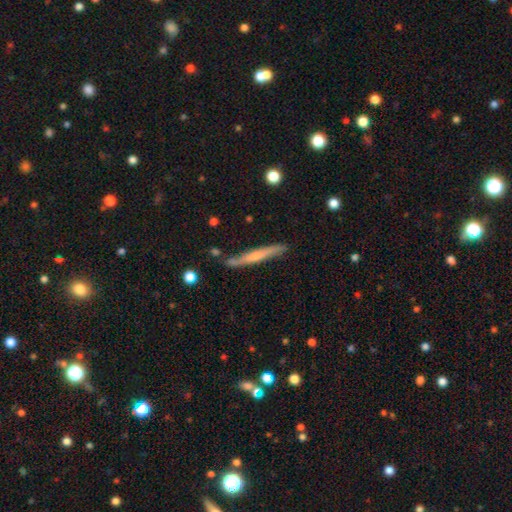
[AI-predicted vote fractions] smooth-or-featured: featured or disk: 52% | smooth: 42% | star or artifact: 6%
  disk-edge-on: yes: 95% | no: 5%
  merging: none: 81% | minor disturbance: 13% | merger: 4% | major disturbance: 2%